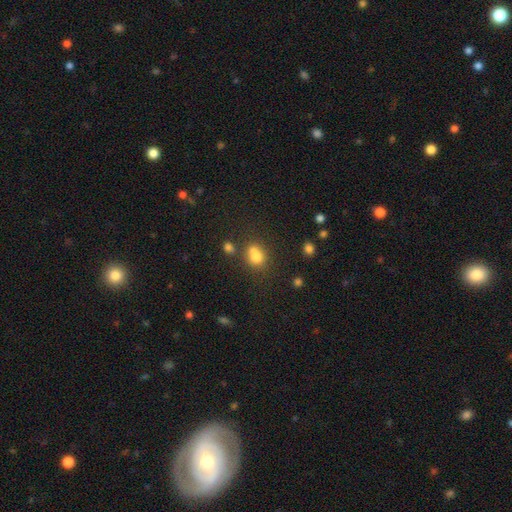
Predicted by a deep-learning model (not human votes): This appears to be a smooth galaxy with no disk features (73%) that is round (62%). Merging: merger (50%).